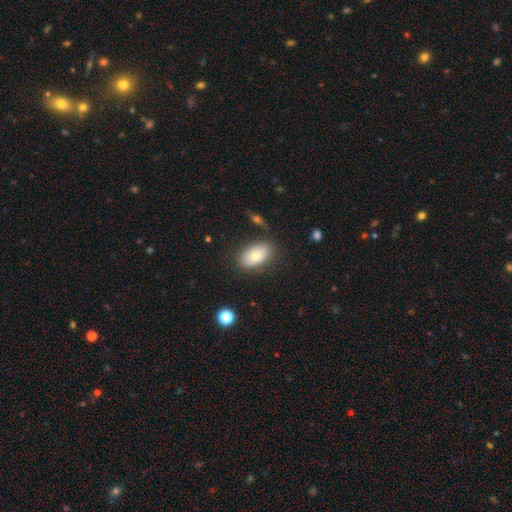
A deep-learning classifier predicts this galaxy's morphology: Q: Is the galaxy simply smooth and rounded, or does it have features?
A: smooth — 74%.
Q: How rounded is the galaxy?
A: in between — 92%.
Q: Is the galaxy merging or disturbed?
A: none — 79%.